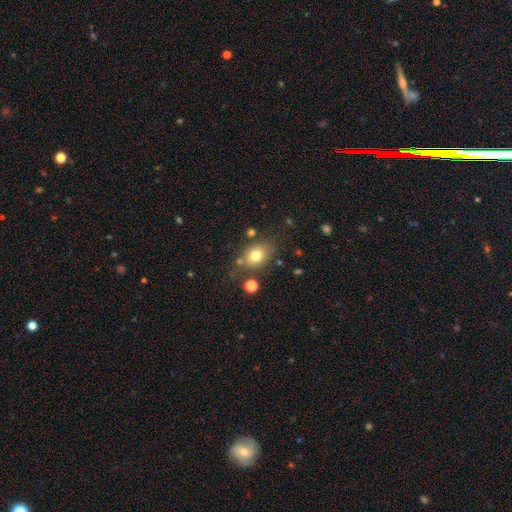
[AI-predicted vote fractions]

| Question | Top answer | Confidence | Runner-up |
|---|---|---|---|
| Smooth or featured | smooth | 78% | featured or disk (11%) |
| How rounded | in between | 59% | round (39%) |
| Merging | none | 71% | minor disturbance (16%) |